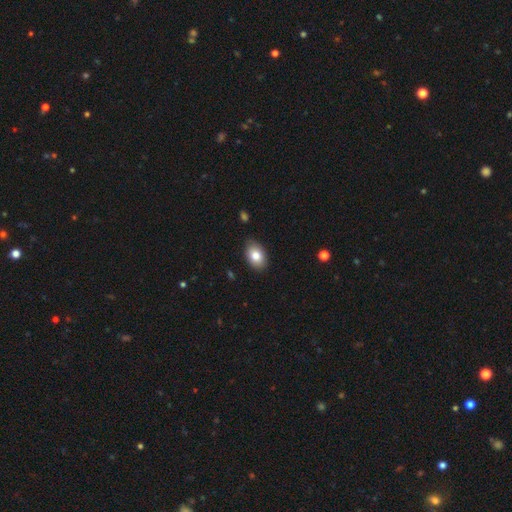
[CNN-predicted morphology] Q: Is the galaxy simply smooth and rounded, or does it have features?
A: smooth — 81%.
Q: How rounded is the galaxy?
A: in between — 87%.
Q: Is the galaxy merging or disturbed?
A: none — 85%.